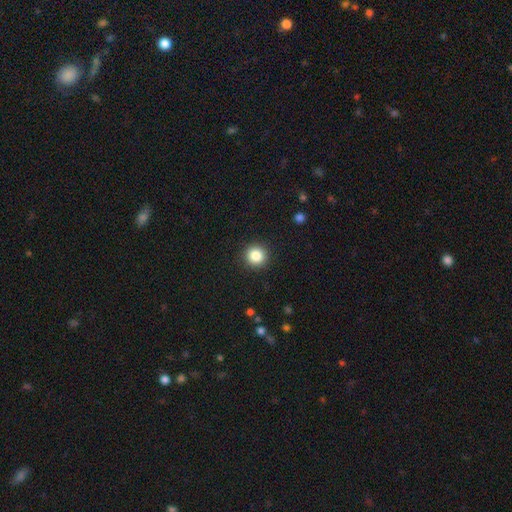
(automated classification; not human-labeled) A smooth galaxy with no disk features (85%) that is round (94%).

Vote fractions:
- Smooth or featured? smooth: 85% / star or artifact: 10% / featured or disk: 5%
- How rounded? round: 94% / in between: 5% / cigar-shaped: 1%
- Merging? none: 92% / minor disturbance: 5% / major disturbance: 2% / merger: 1%